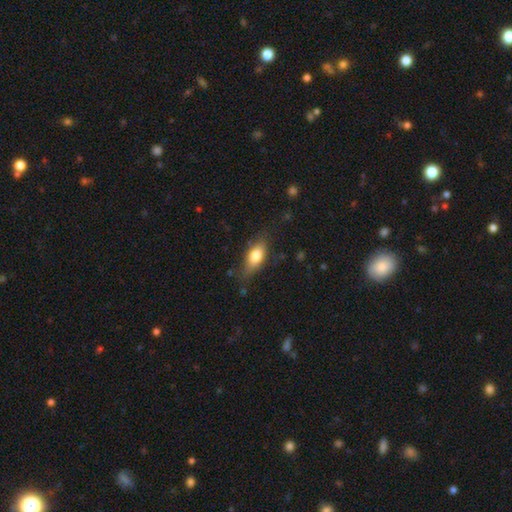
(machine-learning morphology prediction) smooth_or_featured: smooth (p=0.75) [alt: featured or disk p=0.18]
how_rounded: in between (p=0.81) [alt: cigar-shaped p=0.14]
merging: none (p=0.72) [alt: minor disturbance p=0.21]